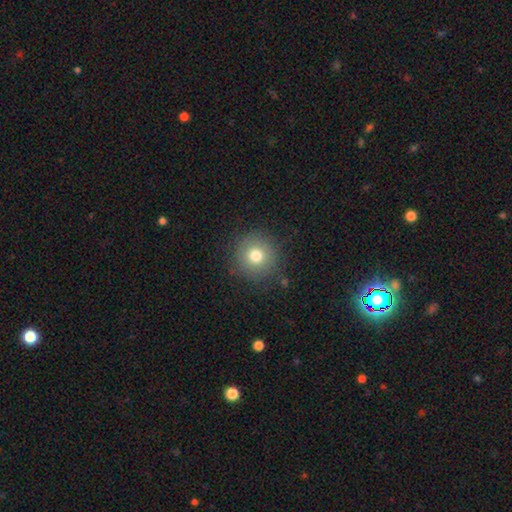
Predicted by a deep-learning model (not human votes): A smooth galaxy with no disk features (75%) that is round (95%). Merging: none (85%).